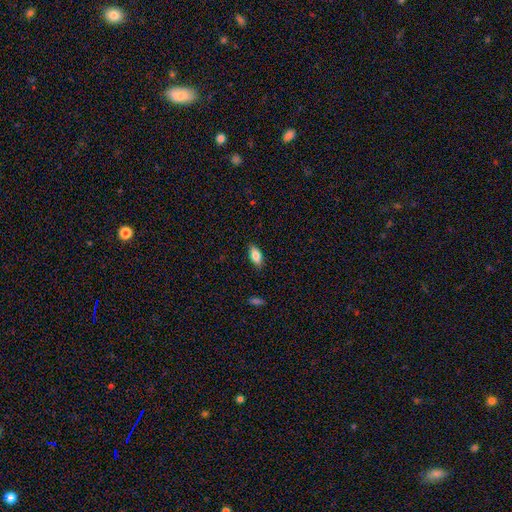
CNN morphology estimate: This is clearly a smooth galaxy (80%). How rounded: clearly in between (86%). Merging: clearly none (87%).